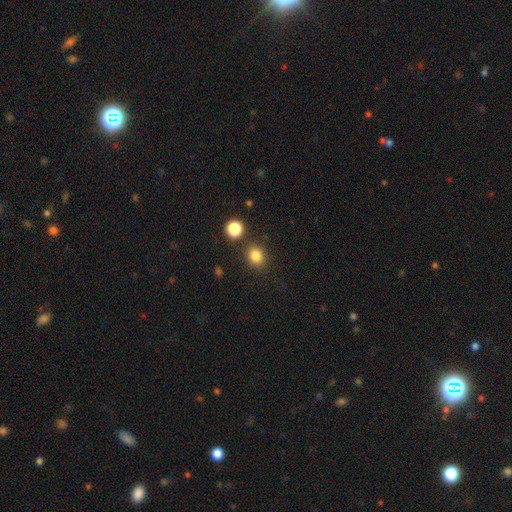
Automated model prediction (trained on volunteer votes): smooth_or_featured: smooth (p=0.82) [alt: star or artifact p=0.13]
how_rounded: round (p=0.68) [alt: in between p=0.32]
merging: none (p=0.83) [alt: minor disturbance p=0.09]